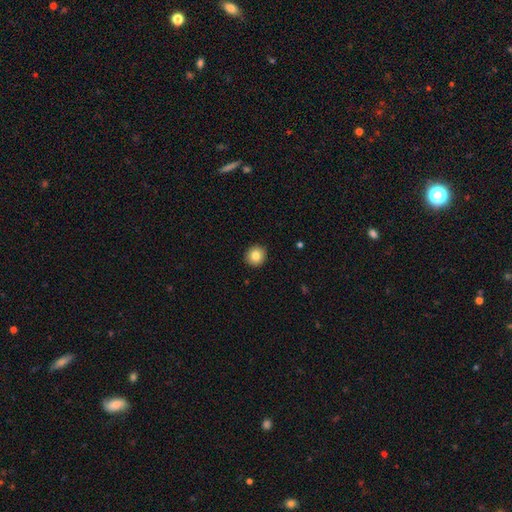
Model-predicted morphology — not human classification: smooth-or-featured: smooth: 83% | star or artifact: 9% | featured or disk: 8%
  how-rounded: round: 92% | in between: 7% | cigar-shaped: 1%
  merging: none: 93% | minor disturbance: 5% | major disturbance: 1% | merger: 1%